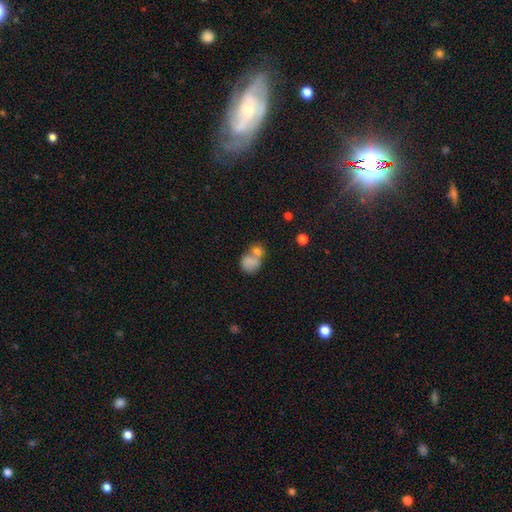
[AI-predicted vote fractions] Smooth or featured?
  - smooth: 72% *
  - featured or disk: 15%
  - star or artifact: 12%
How rounded?
  - round: 51% *
  - in between: 47%
  - cigar-shaped: 2%
Merging?
  - merger: 56% *
  - none: 27%
  - minor disturbance: 10%
  - major disturbance: 7%